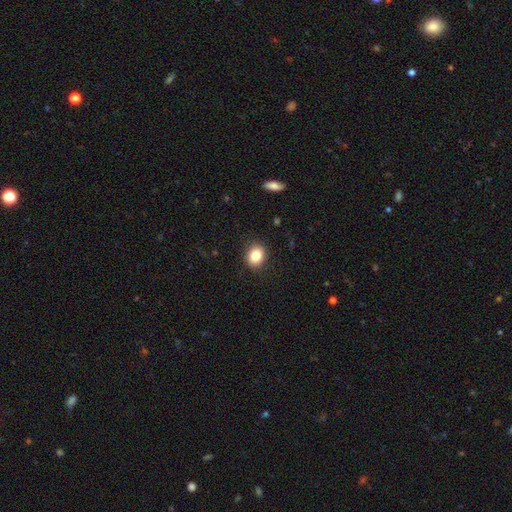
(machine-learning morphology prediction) smooth 85%, star or artifact 9%, featured or disk 6%. Down the decision tree: how rounded — round (52%); merging — none (88%).